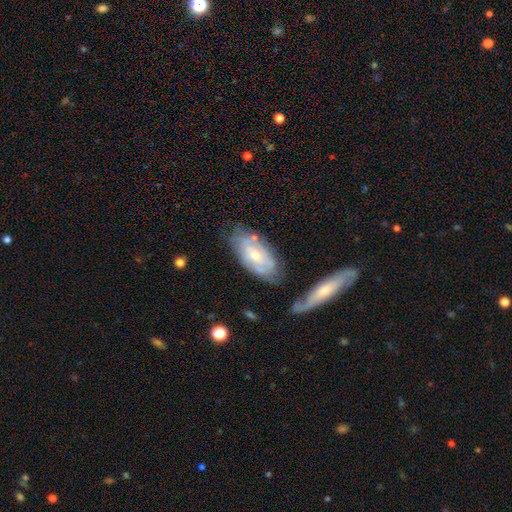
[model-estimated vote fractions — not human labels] smooth-or-featured: featured or disk: 61% | smooth: 33% | star or artifact: 6%
  disk-edge-on: no: 89% | yes: 11%
    bar: no: 65% | weak: 29% | strong: 6%
    has-spiral-arms: yes: 67% | no: 33%
    bulge-size: small: 50% | moderate: 41% | none: 4% | large: 3% | dominant: 1%
  merging: none: 58% | minor disturbance: 24% | merger: 9% | major disturbance: 9%